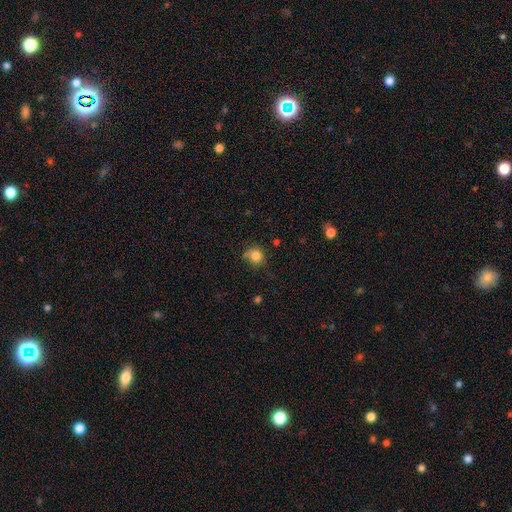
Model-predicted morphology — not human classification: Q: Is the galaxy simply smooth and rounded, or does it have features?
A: smooth — 82%.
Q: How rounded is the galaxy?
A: round — 84%.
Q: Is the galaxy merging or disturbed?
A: none — 65%.